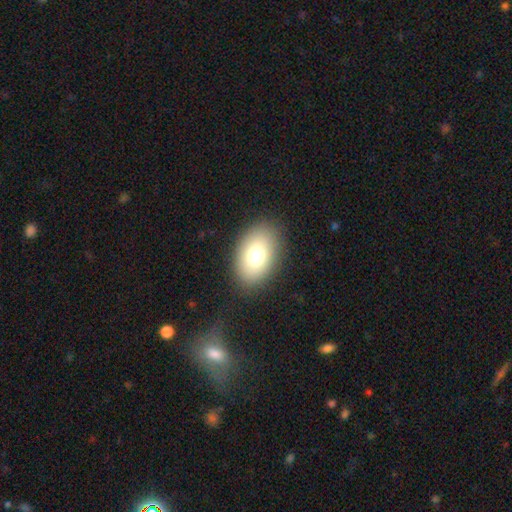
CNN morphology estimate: Smooth or featured: smooth — 76% (featured or disk — 14%)
How rounded: in between — 84% (round — 14%)
Merging: none — 86% (minor disturbance — 9%)